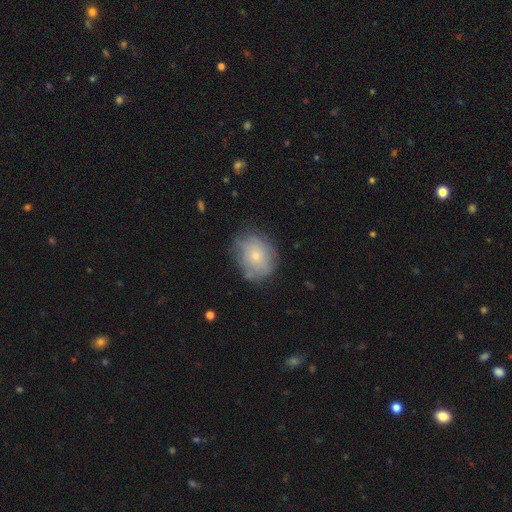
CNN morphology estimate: type=smooth (59%); roundness=round (58%); merging=none (67%).